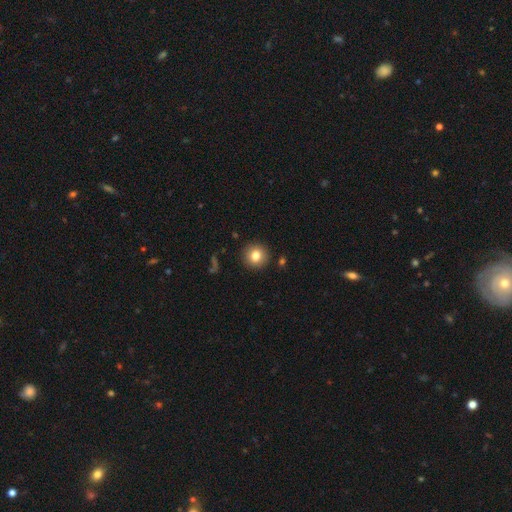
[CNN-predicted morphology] smooth 81%, star or artifact 10%, featured or disk 9%. Down the decision tree: how rounded — round (94%); merging — none (91%).